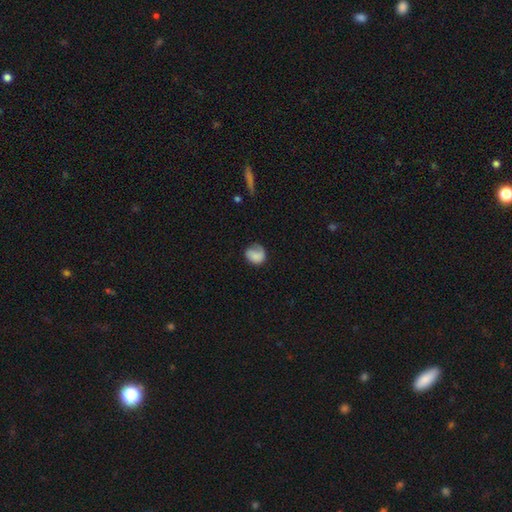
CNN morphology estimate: smooth-or-featured: smooth: 74% | featured or disk: 19% | star or artifact: 8%
  how-rounded: round: 68% | in between: 31% | cigar-shaped: 1%
  merging: none: 49% | minor disturbance: 30% | major disturbance: 19% | merger: 2%